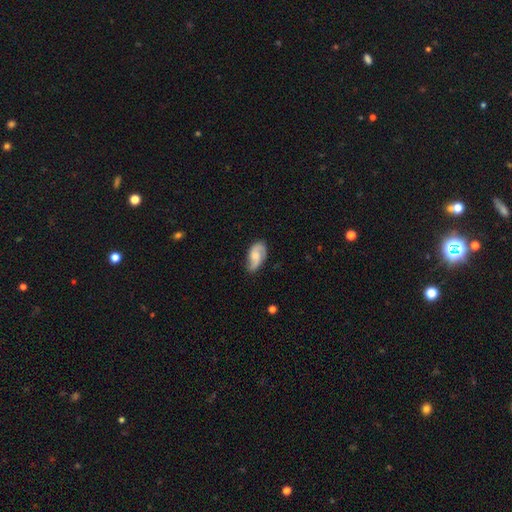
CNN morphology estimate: type=featured or disk (66%); edge-on=no (96%); bar=no (61%); spiral arms=yes (94%); winding=medium (42%); arm count=2 (85%); bulge=moderate (46%); merging=none (70%).